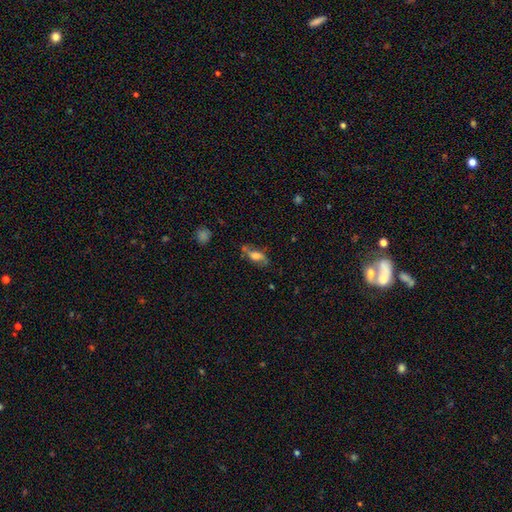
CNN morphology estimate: featured or disk 45% (tied), smooth 45% (tied), star or artifact 10%. Down the decision tree: merging — none (60%).